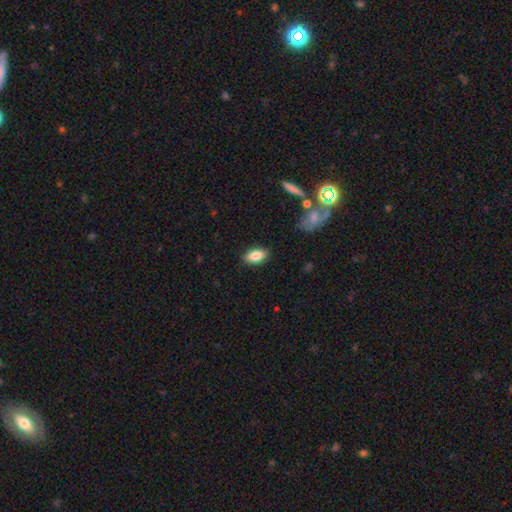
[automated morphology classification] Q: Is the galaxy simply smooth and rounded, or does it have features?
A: smooth — 86%.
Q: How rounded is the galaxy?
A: in between — 91%.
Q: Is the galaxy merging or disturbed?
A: none — 87%.